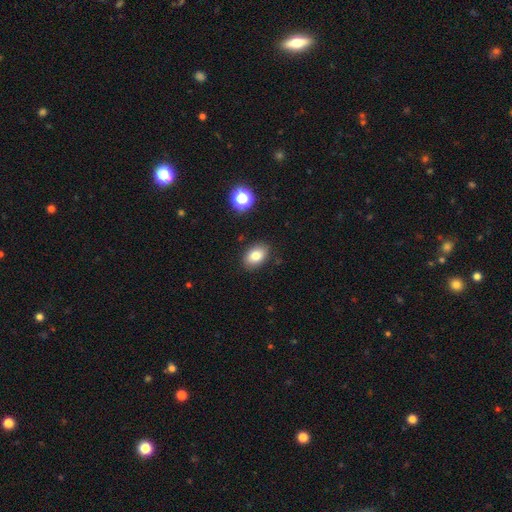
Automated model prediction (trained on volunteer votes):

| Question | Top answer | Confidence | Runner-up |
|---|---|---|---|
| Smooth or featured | smooth | 81% | star or artifact (10%) |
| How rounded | in between | 85% | round (14%) |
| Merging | none | 86% | minor disturbance (10%) |